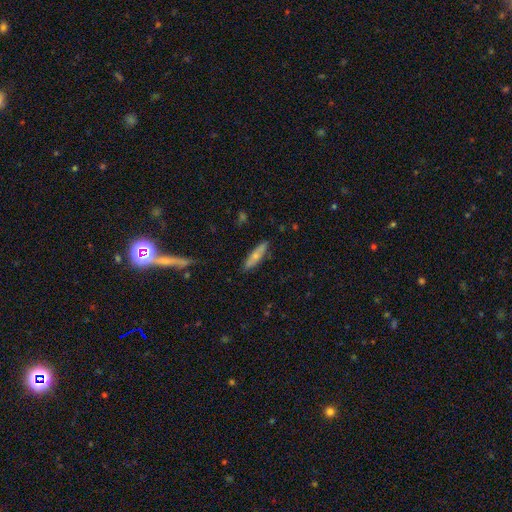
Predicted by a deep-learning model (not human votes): Smooth or featured?
  - smooth: 59% *
  - featured or disk: 35%
  - star or artifact: 6%
How rounded?
  - cigar-shaped: 65% *
  - in between: 32%
  - round: 2%
Merging?
  - none: 83% *
  - minor disturbance: 13%
  - major disturbance: 2%
  - merger: 2%